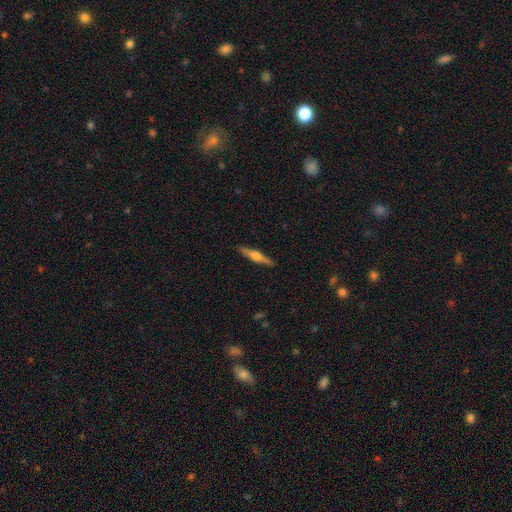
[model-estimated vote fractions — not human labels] featured or disk 62%, smooth 33%, star or artifact 6%. Down the decision tree: edge-on disk — yes (97%); edge-on bulge — rounded (87%); merging — none (91%).